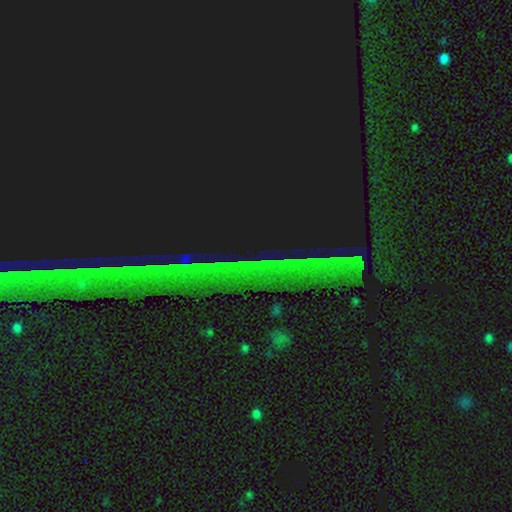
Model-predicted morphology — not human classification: Q: Smooth or featured?
A: star or artifact (86%); runner-up: featured or disk (7%)